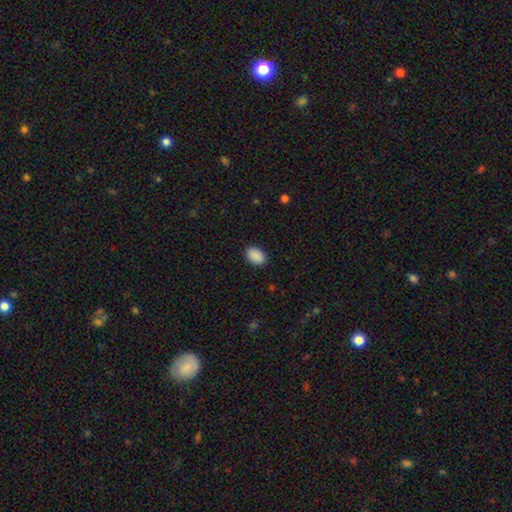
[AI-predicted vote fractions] Smooth or featured? Predicted: smooth (p=0.90). How rounded? Predicted: in between (p=0.82). Merging? Predicted: none (p=0.88).